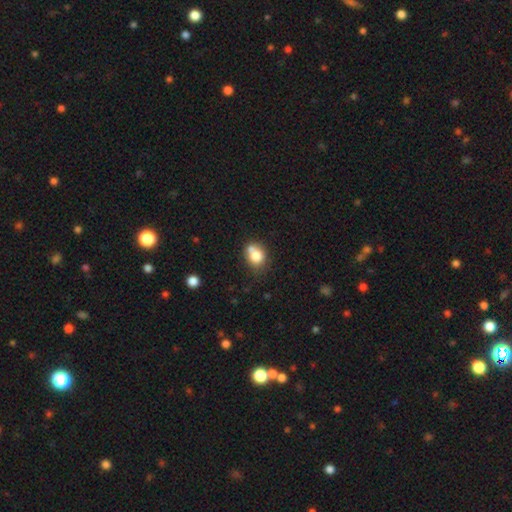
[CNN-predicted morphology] The model was most divided on "merging": none: 45%, merger: 36%, minor disturbance: 15%, major disturbance: 5%. More confident: smooth or featured — smooth (77%); how rounded — round (63%).